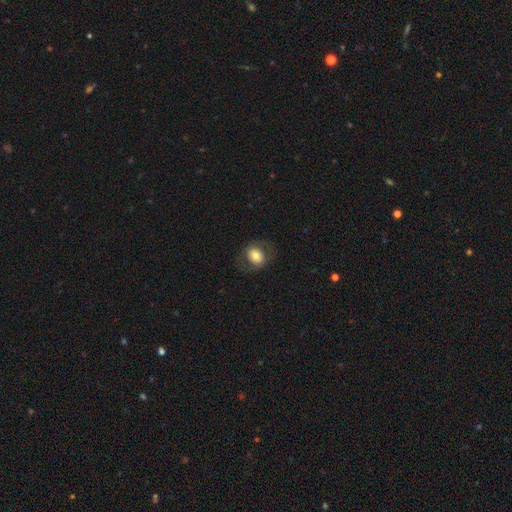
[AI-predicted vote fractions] smooth 64%, featured or disk 28%, star or artifact 8%. Down the decision tree: how rounded — round (56%); merging — none (75%).